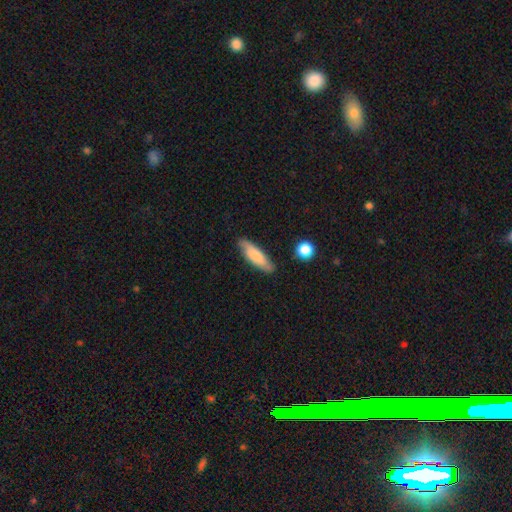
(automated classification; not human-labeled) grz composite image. It shows a smooth galaxy with no disk features (73%) that is cigar-shaped (60%). Merging: none (81%).